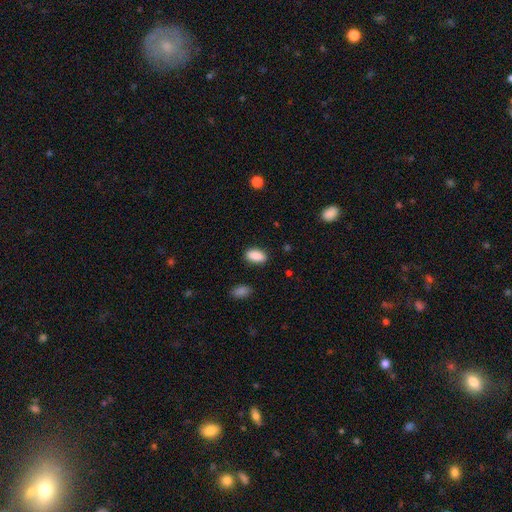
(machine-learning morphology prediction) Smooth or featured: smooth — 89% (star or artifact — 7%)
How rounded: in between — 92% (cigar-shaped — 5%)
Merging: none — 86% (minor disturbance — 10%)